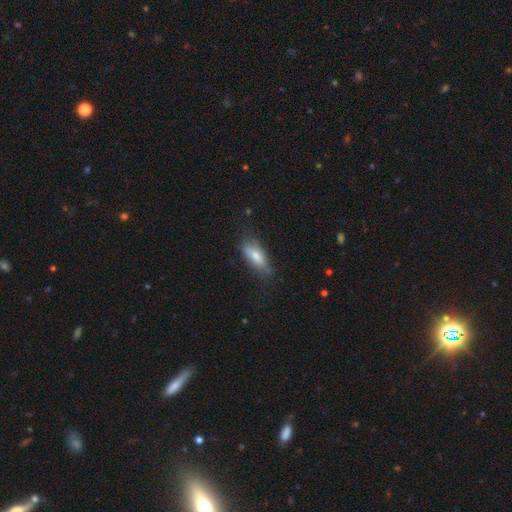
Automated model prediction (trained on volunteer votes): The model was most divided on "how rounded": in between: 66%, cigar-shaped: 32%, round: 3%. More confident: smooth or featured — smooth (66%); merging — none (65%).